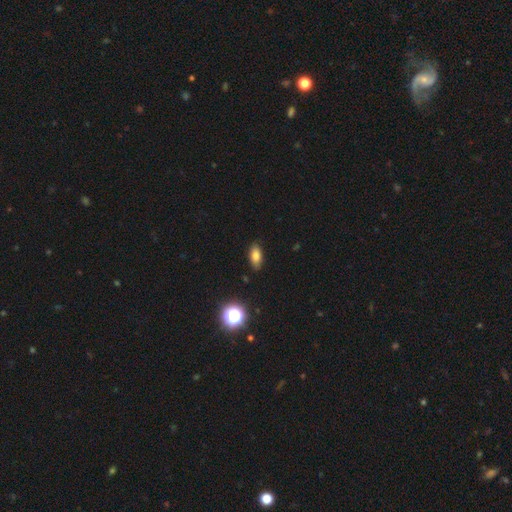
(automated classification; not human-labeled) A smooth galaxy with no disk features (80%) that is in between round and cigar-shaped (87%). Merging: none (87%).